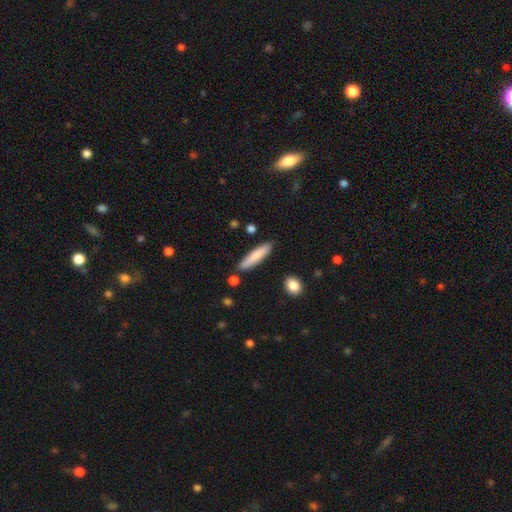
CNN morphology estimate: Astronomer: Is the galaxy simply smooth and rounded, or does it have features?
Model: smooth — 78%.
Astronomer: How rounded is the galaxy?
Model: cigar-shaped — 82%.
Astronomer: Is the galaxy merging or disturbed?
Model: none — 83%.